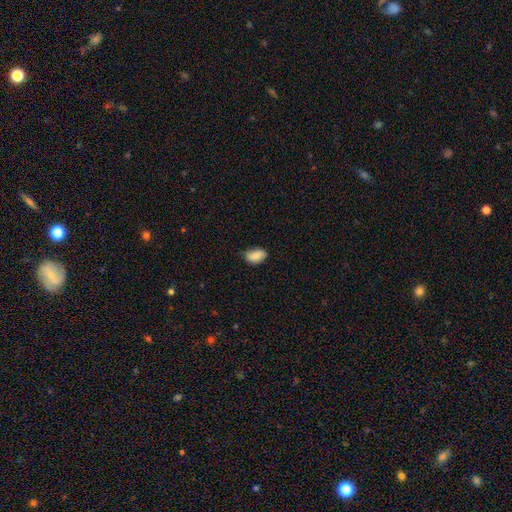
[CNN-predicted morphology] Overall: smooth (84%). How rounded: in between (90%). Merging: none (59%; minor disturbance 34%).